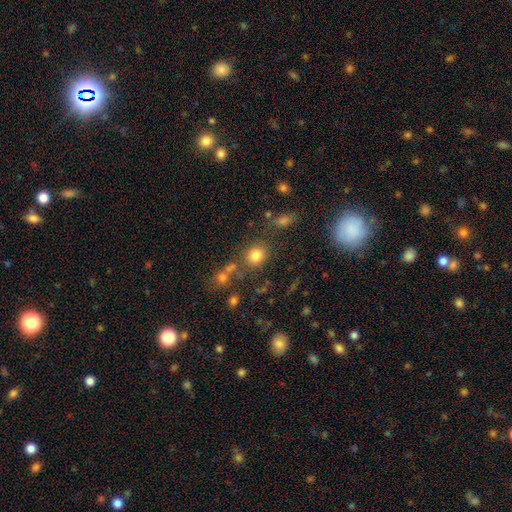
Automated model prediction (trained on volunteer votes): A smooth galaxy with no disk features (79%) that is round (72%). Merging: none (73%).